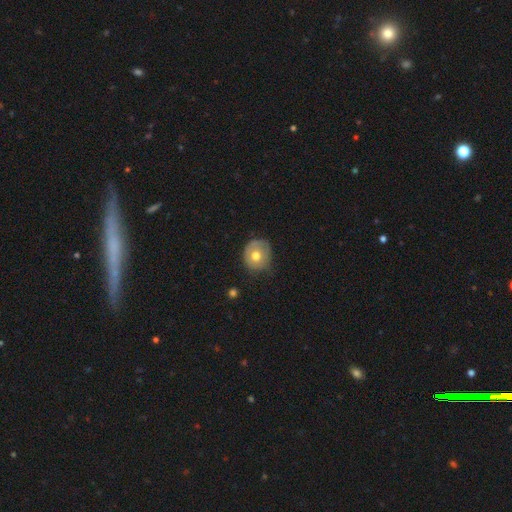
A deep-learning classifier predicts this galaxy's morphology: Smooth or featured? smooth (63%)
How rounded? round (83%)
Merging? none (61%)